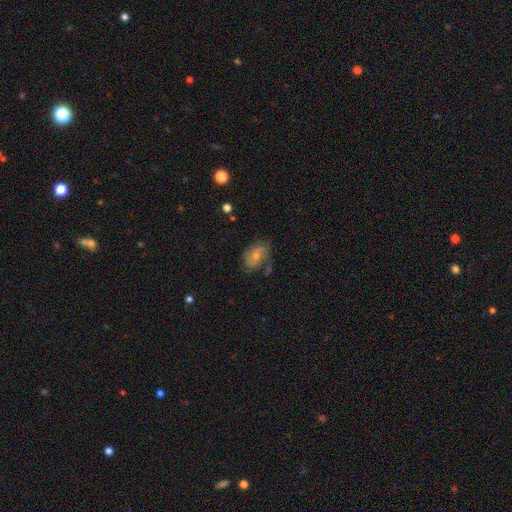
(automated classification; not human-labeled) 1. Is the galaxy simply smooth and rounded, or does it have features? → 46% featured or disk, 45% smooth, 9% star or artifact.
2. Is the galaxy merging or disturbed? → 49% none, 28% minor disturbance, 18% major disturbance, 5% merger.